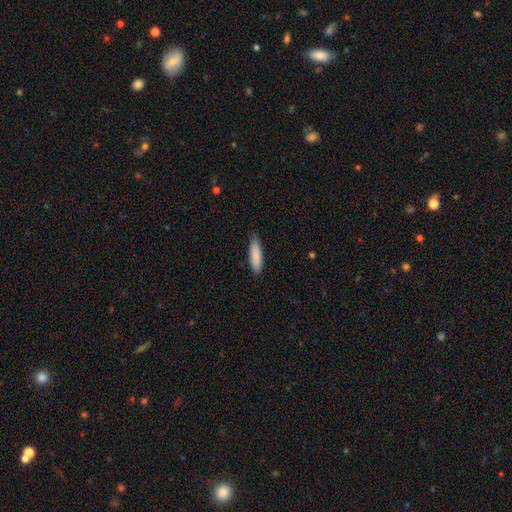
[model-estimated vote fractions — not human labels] smooth-or-featured: smooth: 87% | featured or disk: 7% | star or artifact: 6%
  how-rounded: cigar-shaped: 64% | in between: 35% | round: 1%
  merging: none: 85% | minor disturbance: 12% | major disturbance: 2% | merger: 1%